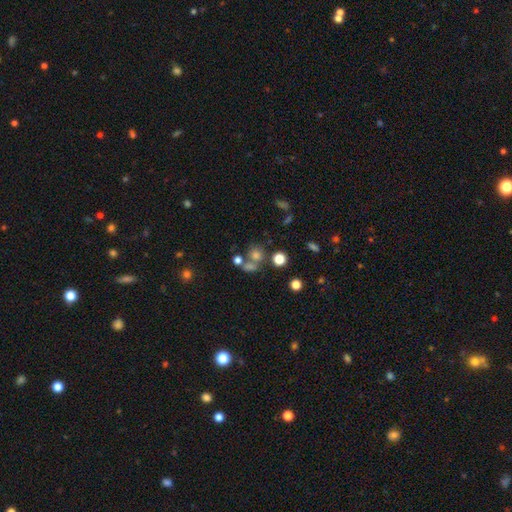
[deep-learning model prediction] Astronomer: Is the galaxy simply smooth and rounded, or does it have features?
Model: smooth — 63%.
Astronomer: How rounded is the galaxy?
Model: round — 81%.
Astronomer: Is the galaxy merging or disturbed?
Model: none — 55%.